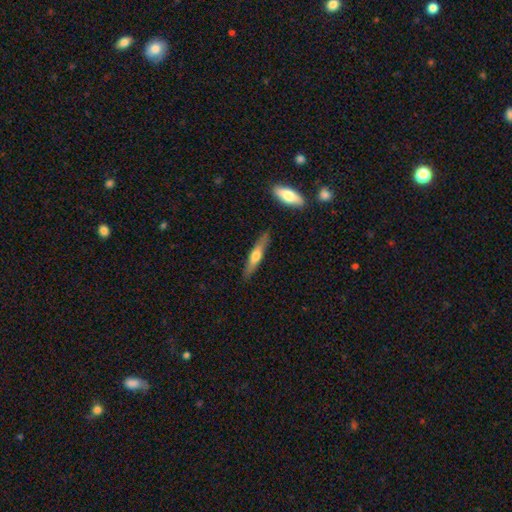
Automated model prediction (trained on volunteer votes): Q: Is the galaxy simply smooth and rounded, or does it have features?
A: smooth — 47%, tied with featured or disk.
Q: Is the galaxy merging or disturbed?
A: none — 83%.